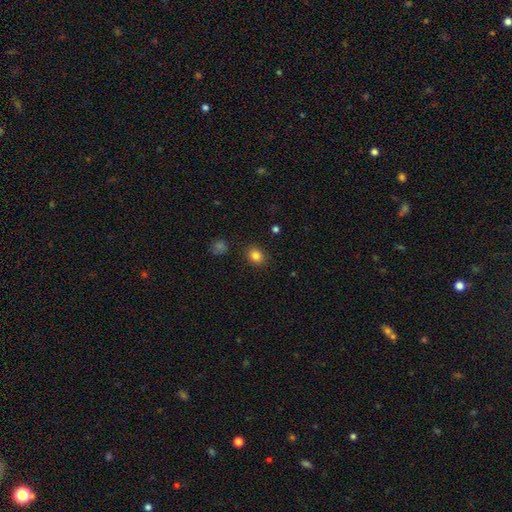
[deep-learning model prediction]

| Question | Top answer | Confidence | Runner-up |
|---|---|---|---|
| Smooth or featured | smooth | 84% | star or artifact (11%) |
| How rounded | round | 52% | in between (47%) |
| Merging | none | 87% | minor disturbance (9%) |